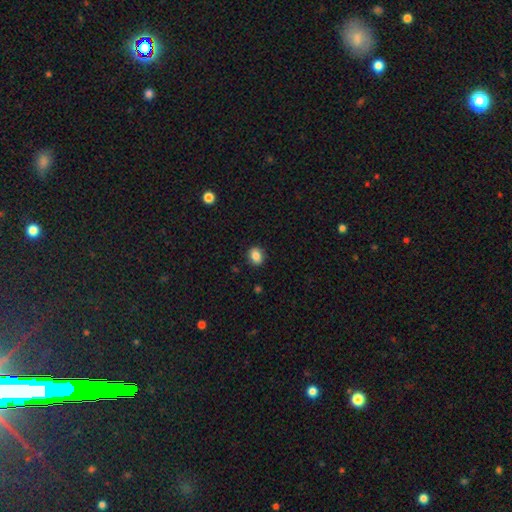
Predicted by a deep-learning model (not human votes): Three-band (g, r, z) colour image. It shows a smooth galaxy with no disk features (85%) that is round (51%). Merging: none (89%).